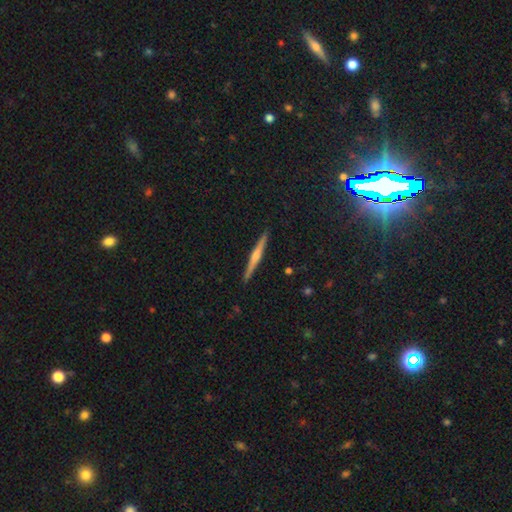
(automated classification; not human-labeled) The model was most divided on "smooth or featured": featured or disk: 66%, smooth: 26%, star or artifact: 7%. More confident: edge-on disk — yes (98%); merging — none (92%); edge-on bulge — rounded (69%).